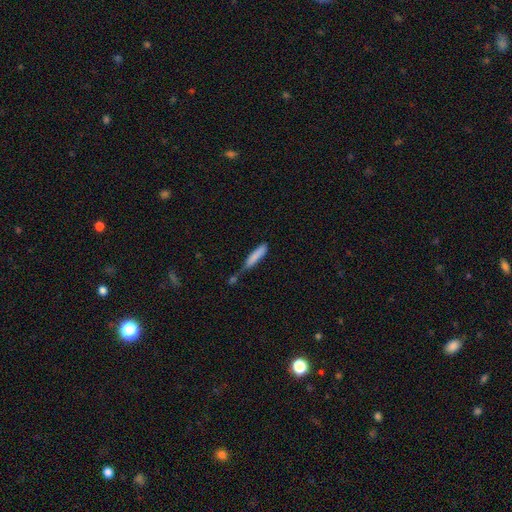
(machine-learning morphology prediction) This appears to be a smooth galaxy with no disk features (80%) that is cigar-shaped (84%). Merging: none (36%).